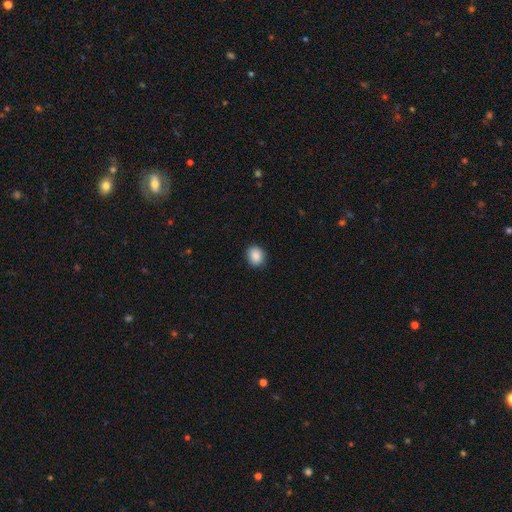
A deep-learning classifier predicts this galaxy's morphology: Smooth or featured?
  - smooth: 89% *
  - star or artifact: 8%
  - featured or disk: 3%
How rounded?
  - round: 62% *
  - in between: 37%
  - cigar-shaped: 1%
Merging?
  - none: 88% *
  - minor disturbance: 9%
  - major disturbance: 2%
  - merger: 1%